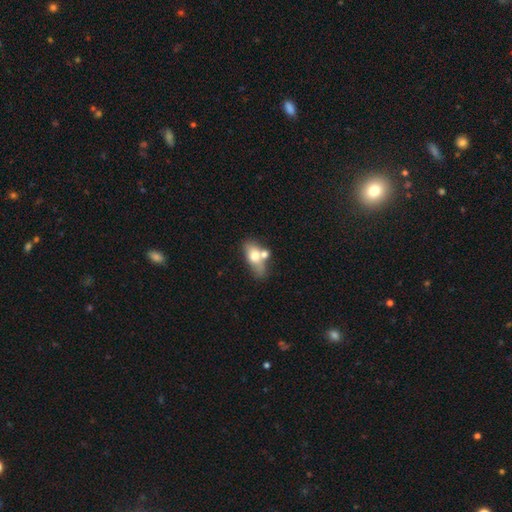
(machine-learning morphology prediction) Smooth or featured?
  - smooth: 64% *
  - featured or disk: 28%
  - star or artifact: 8%
How rounded?
  - in between: 77% *
  - round: 13%
  - cigar-shaped: 10%
Merging?
  - merger: 42% *
  - none: 35%
  - minor disturbance: 15%
  - major disturbance: 9%